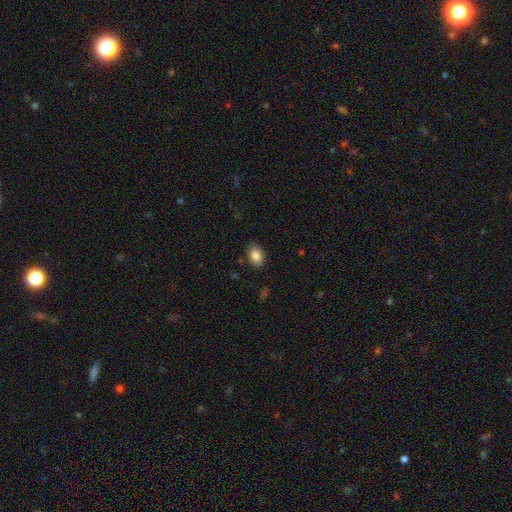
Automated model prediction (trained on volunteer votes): This appears to be a smooth galaxy with no disk features (86%) that is in between round and cigar-shaped (85%). Merging: none (87%).